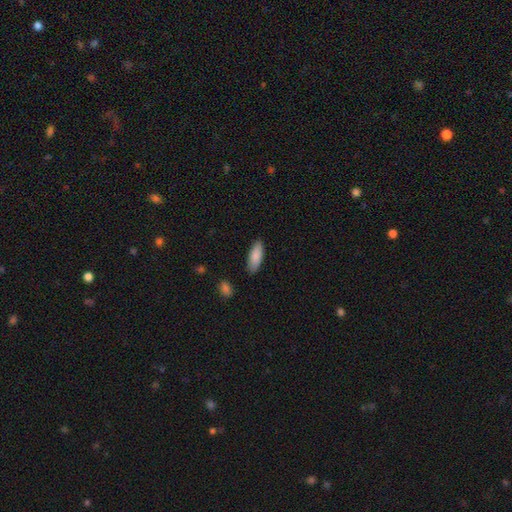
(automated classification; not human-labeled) A smooth galaxy with no disk features (87%) that is in between round and cigar-shaped (72%). Merging: none (86%).